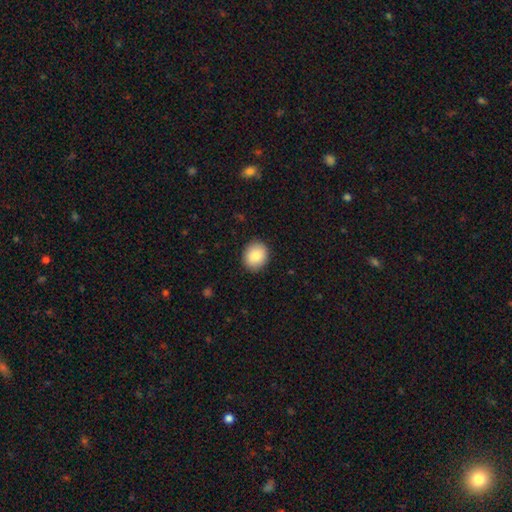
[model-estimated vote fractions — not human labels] A smooth galaxy with no disk features (85%) that is round (67%).

Vote fractions:
- Smooth or featured? smooth: 85% / star or artifact: 8% / featured or disk: 7%
- How rounded? round: 67% / in between: 33% / cigar-shaped: 1%
- Merging? none: 89% / minor disturbance: 8% / major disturbance: 2% / merger: 1%